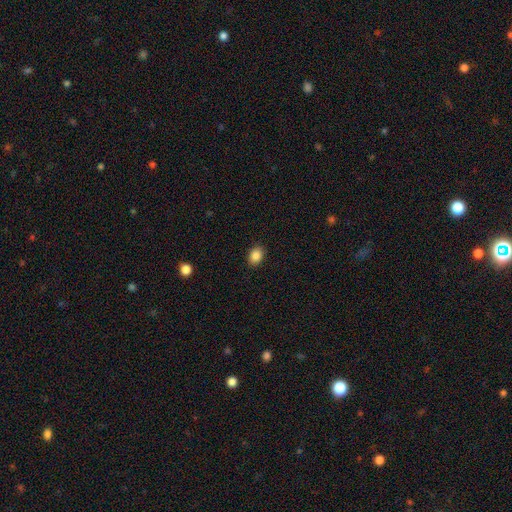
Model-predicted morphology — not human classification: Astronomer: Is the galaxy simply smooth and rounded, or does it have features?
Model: smooth — 87%.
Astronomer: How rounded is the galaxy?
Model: in between — 67%.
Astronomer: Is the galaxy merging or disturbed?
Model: none — 89%.